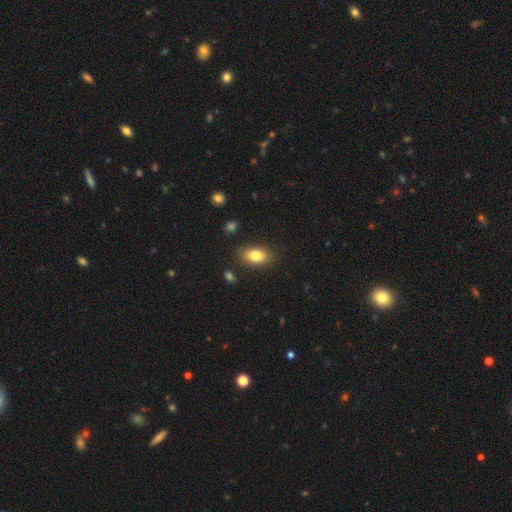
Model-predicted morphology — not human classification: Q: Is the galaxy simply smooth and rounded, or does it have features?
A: smooth — 81%.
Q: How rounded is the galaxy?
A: in between — 88%.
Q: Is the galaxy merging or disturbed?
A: none — 84%.